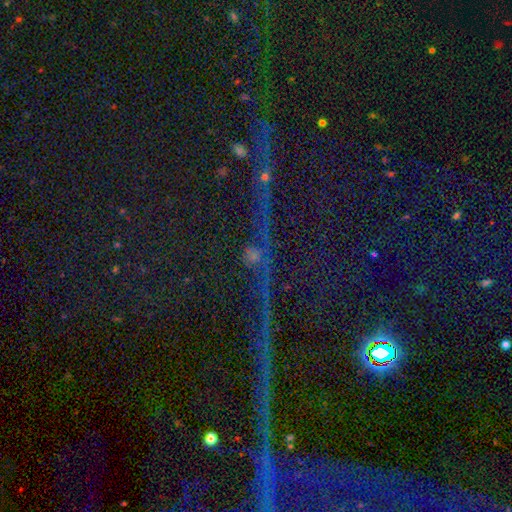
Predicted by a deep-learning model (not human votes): A star or artifact, not a galaxy (64%).

Vote fractions:
- Smooth or featured? star or artifact: 64% / smooth: 22% / featured or disk: 15%